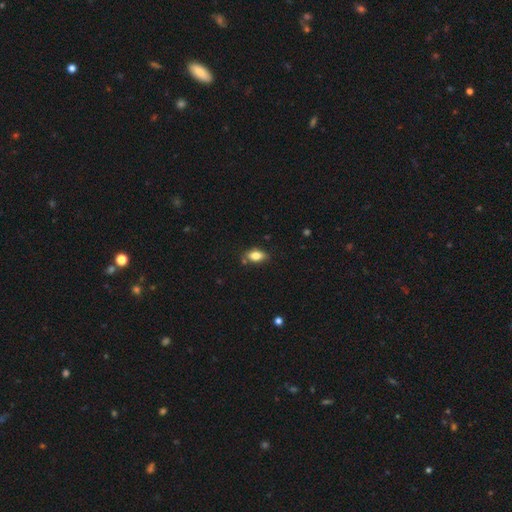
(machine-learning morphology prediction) The model was most divided on "merging": none: 76%, minor disturbance: 17%, merger: 4%, major disturbance: 3%. More confident: how rounded — in between (87%); smooth or featured — smooth (79%).